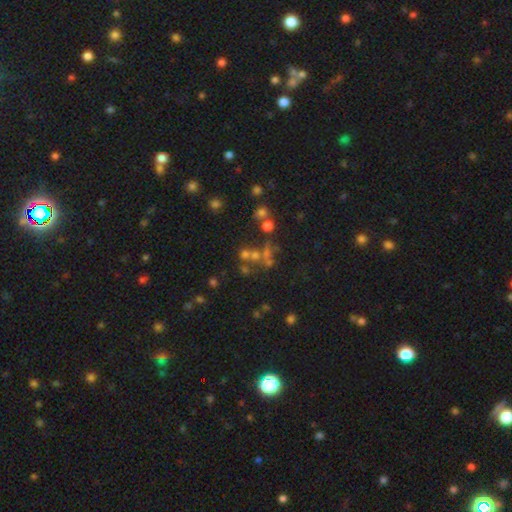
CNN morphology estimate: smooth_or_featured: star or artifact (p=0.40) [alt: smooth p=0.37]